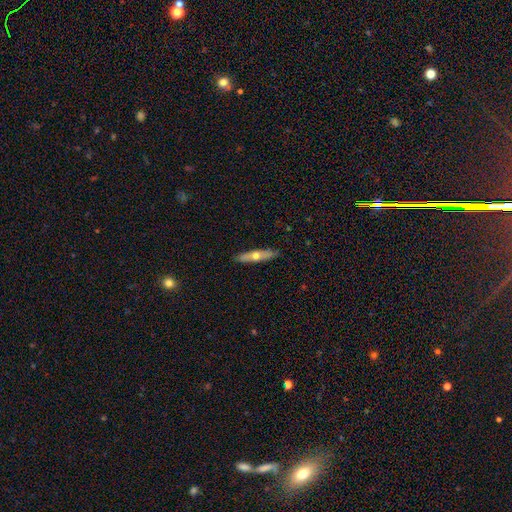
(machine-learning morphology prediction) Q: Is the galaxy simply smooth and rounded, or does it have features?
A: featured or disk — 47%, tied with smooth.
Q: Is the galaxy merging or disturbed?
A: none — 89%.